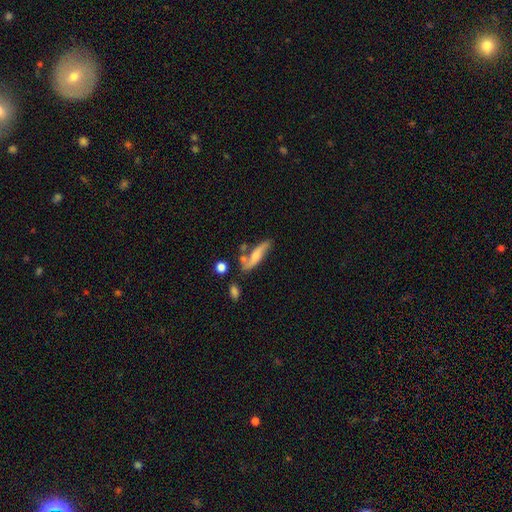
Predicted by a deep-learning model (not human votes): Smooth or featured?
  - featured or disk: 52% *
  - smooth: 41%
  - star or artifact: 7%
Edge-on disk?
  - no: 64% *
  - yes: 36%
Merging?
  - none: 57% *
  - minor disturbance: 22%
  - merger: 13%
  - major disturbance: 7%